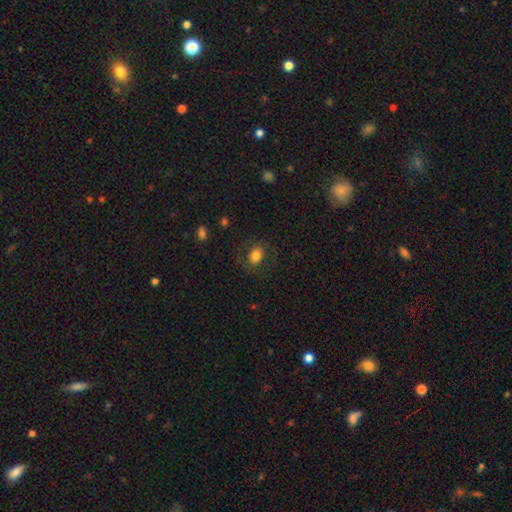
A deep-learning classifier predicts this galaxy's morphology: Smooth or featured?
  - smooth: 77% *
  - featured or disk: 14%
  - star or artifact: 9%
How rounded?
  - in between: 65% *
  - round: 34%
  - cigar-shaped: 1%
Merging?
  - none: 76% *
  - minor disturbance: 13%
  - major disturbance: 9%
  - merger: 1%